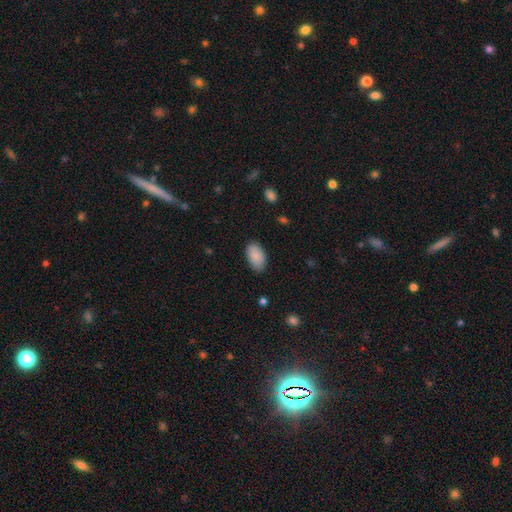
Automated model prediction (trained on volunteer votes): A smooth galaxy with no disk features (87%) that is in between round and cigar-shaped (94%). Merging: none (83%).